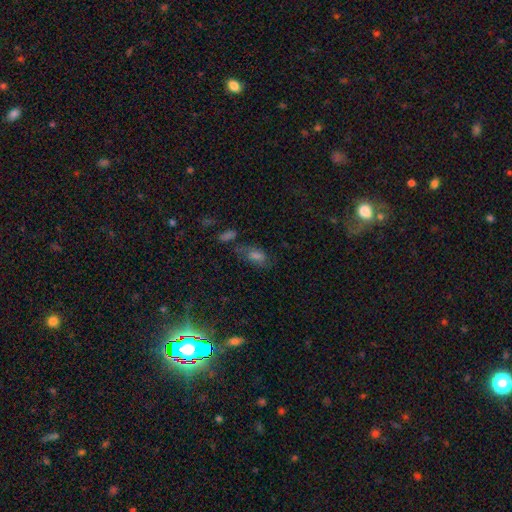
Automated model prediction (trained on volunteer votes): Q: Smooth or featured?
A: smooth (39%); runner-up: star or artifact (37%)
Q: Merging?
A: none (57%); runner-up: minor disturbance (19%)